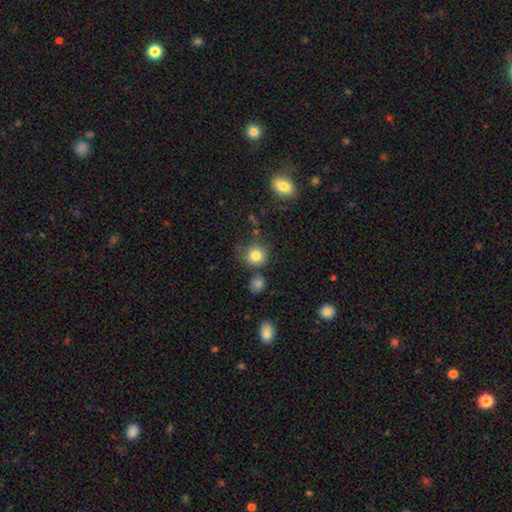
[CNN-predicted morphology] Smooth or featured? smooth (82%)
How rounded? round (88%)
Merging? none (65%)